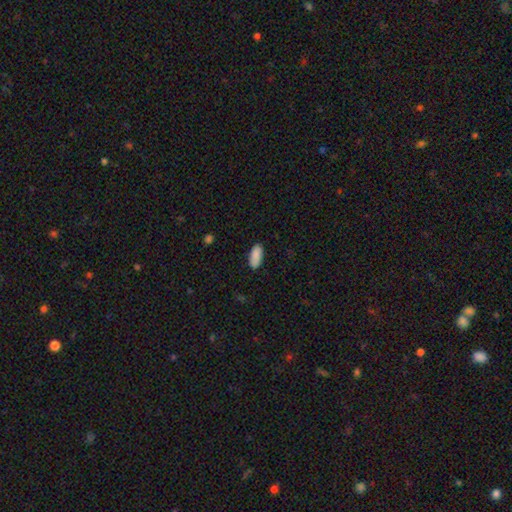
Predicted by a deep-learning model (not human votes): Smooth or featured: smooth — 90% (star or artifact — 6%)
How rounded: in between — 89% (cigar-shaped — 9%)
Merging: none — 87% (minor disturbance — 10%)